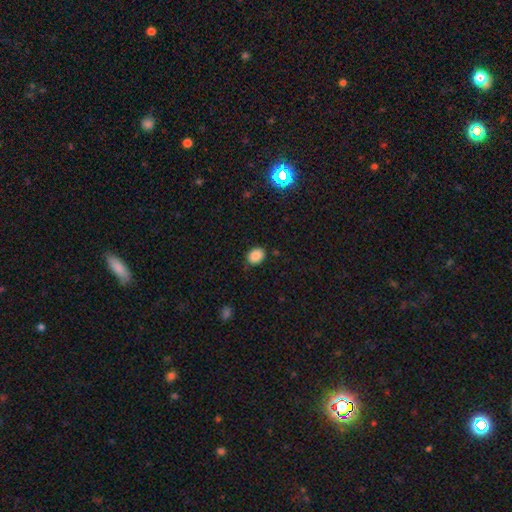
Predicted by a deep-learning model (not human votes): smooth-or-featured: smooth: 87% | star or artifact: 9% | featured or disk: 4%
  how-rounded: in between: 58% | round: 41% | cigar-shaped: 1%
  merging: none: 84% | minor disturbance: 12% | major disturbance: 3% | merger: 1%